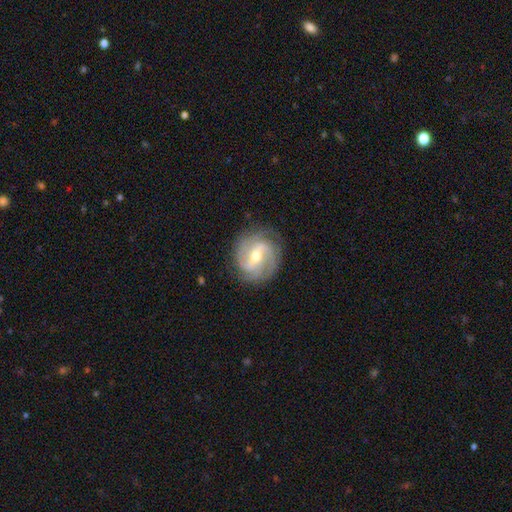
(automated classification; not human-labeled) featured or disk 85%, smooth 10%, star or artifact 5%. Down the decision tree: edge-on disk — no (97%); bar — weak (46%); spiral arms — yes (95%); spiral arm count — 2 (44%); spiral winding — medium (44%); bulge size — moderate (65%); merging — none (80%).